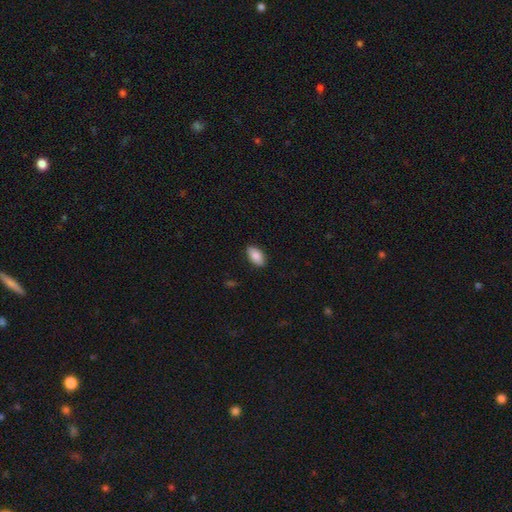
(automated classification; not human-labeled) Smooth or featured: smooth — 85% (featured or disk — 8%)
How rounded: in between — 93% (cigar-shaped — 4%)
Merging: none — 88% (minor disturbance — 9%)